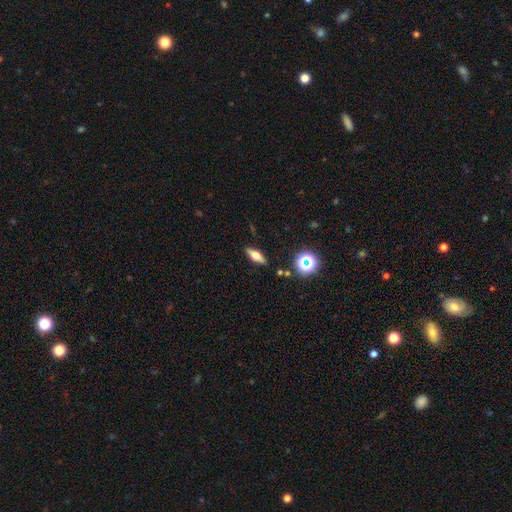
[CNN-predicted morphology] Smooth or featured? smooth (50%)
Merging? none (87%)